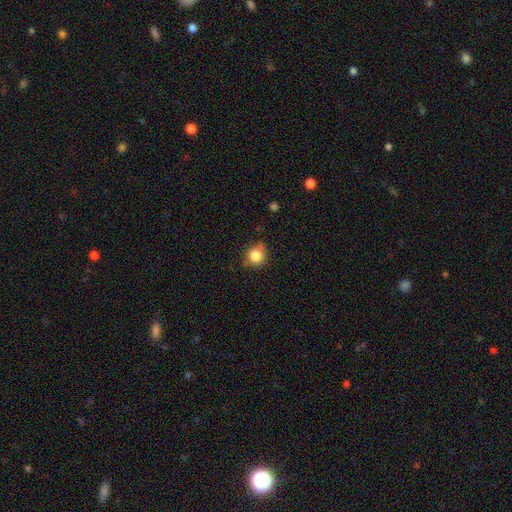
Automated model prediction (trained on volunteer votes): Smooth or featured?
  - smooth: 82% *
  - star or artifact: 11%
  - featured or disk: 7%
How rounded?
  - round: 87% *
  - in between: 12%
  - cigar-shaped: 1%
Merging?
  - none: 68% *
  - minor disturbance: 24%
  - major disturbance: 5%
  - merger: 3%